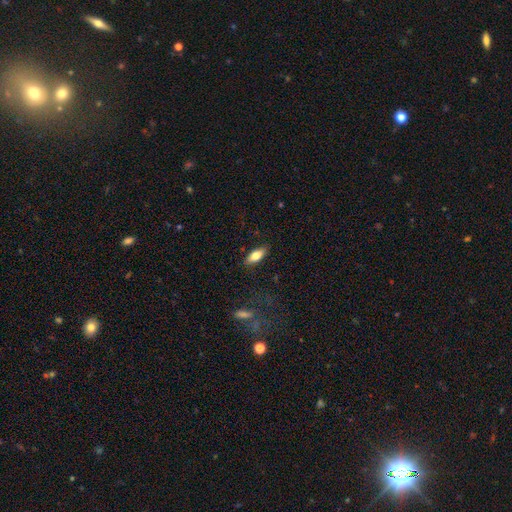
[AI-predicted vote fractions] Smooth or featured? smooth (71%)
How rounded? in between (75%)
Merging? none (87%)